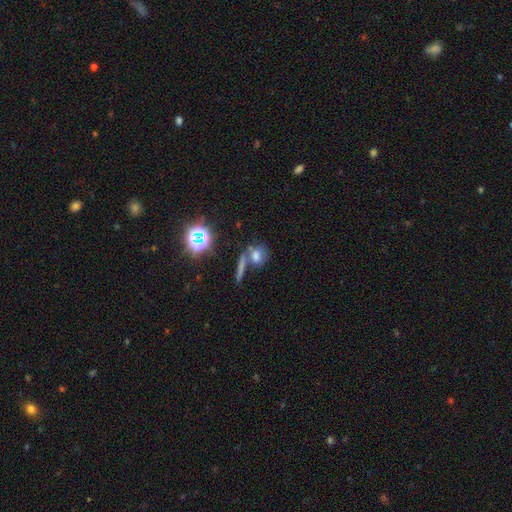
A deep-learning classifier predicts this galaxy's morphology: This appears to be a smooth galaxy with no disk features (61%) that is round (48%). Merging: none (49%).